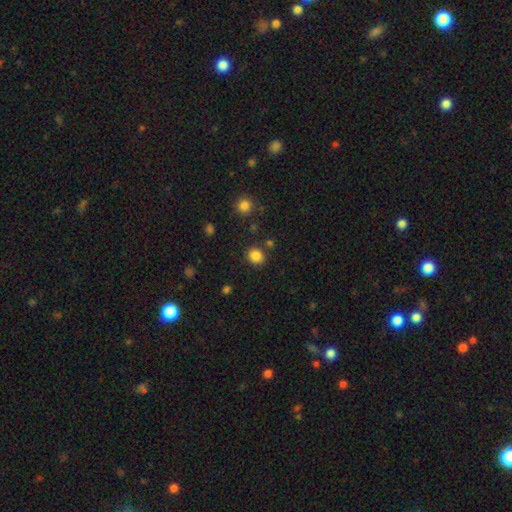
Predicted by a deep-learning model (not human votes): Morphology: type=smooth (85%); roundness=round (78%); merging=none (84%).